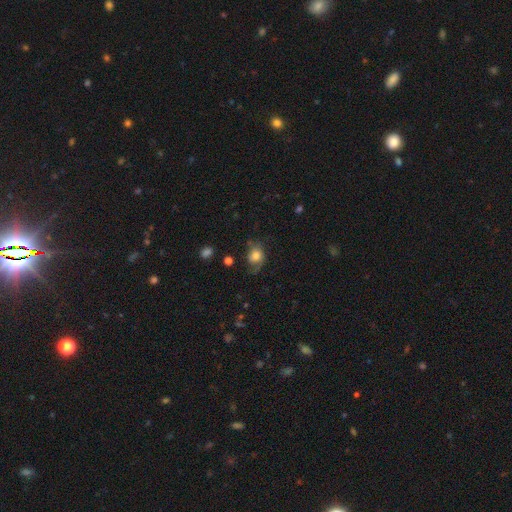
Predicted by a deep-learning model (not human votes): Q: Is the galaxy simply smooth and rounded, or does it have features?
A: smooth — 56%.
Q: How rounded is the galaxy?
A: in between — 53%.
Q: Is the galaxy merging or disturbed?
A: none — 48%.